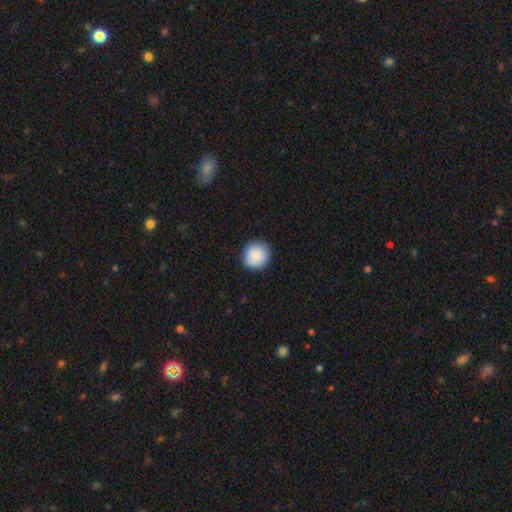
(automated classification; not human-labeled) Smooth or featured: smooth — 88% (star or artifact — 7%)
How rounded: round — 94% (in between — 5%)
Merging: none — 90% (minor disturbance — 8%)